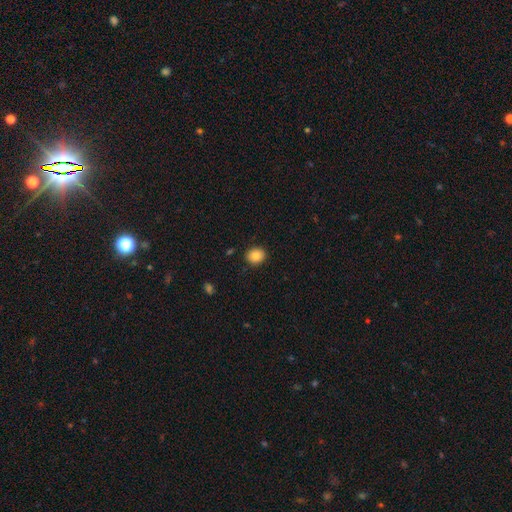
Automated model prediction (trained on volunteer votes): A smooth galaxy with no disk features (84%) that is round (70%).

Vote fractions:
- Smooth or featured? smooth: 84% / star or artifact: 9% / featured or disk: 7%
- How rounded? round: 70% / in between: 29% / cigar-shaped: 1%
- Merging? none: 89% / minor disturbance: 7% / major disturbance: 2% / merger: 1%